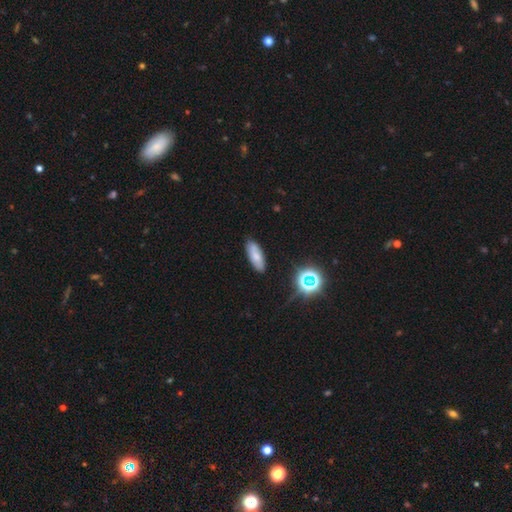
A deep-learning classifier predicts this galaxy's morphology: type=smooth (69%); roundness=in between (69%); merging=none (84%).